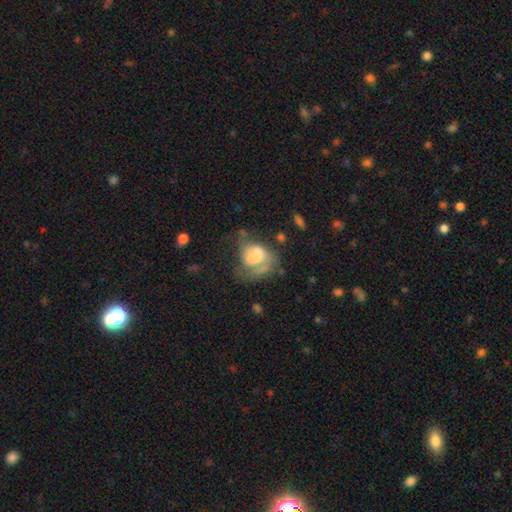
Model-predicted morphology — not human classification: Smooth or featured?
  - featured or disk: 47% *
  - smooth: 44%
  - star or artifact: 9%
Merging?
  - major disturbance: 44% *
  - none: 26%
  - minor disturbance: 22%
  - merger: 8%